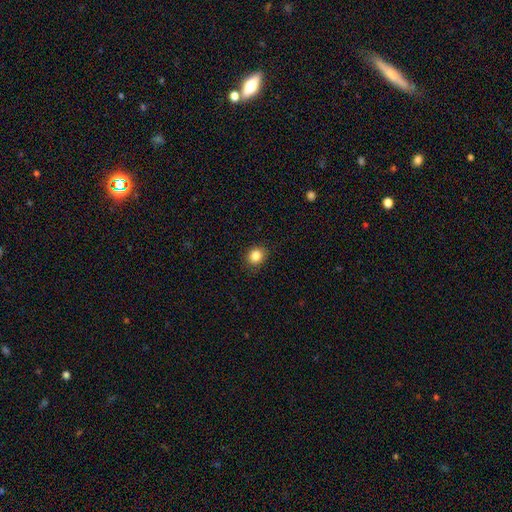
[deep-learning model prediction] A smooth galaxy with no disk features (85%) that is round (73%). Merging: none (87%).